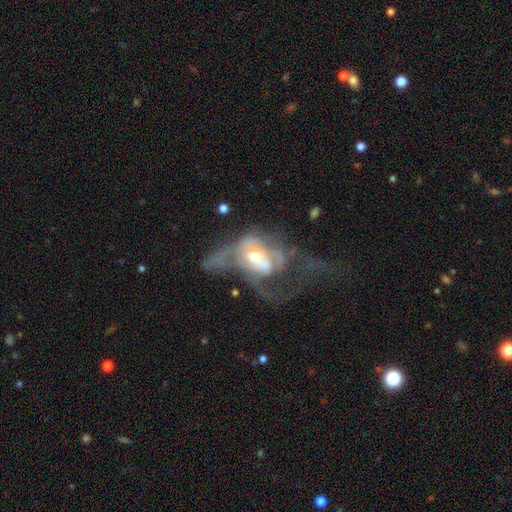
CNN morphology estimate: type=featured or disk (63%); edge-on=no (94%); bar=no (74%); spiral arms=no (61%); bulge=moderate (61%); merging=major disturbance (58%).